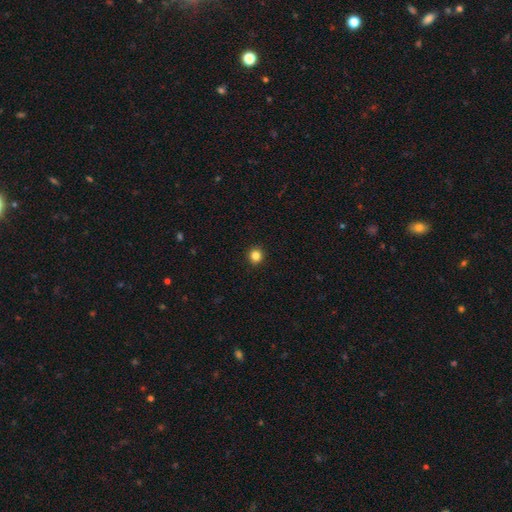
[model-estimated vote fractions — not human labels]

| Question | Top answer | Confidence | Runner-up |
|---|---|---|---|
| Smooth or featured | smooth | 84% | star or artifact (12%) |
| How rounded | round | 92% | in between (7%) |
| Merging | none | 93% | minor disturbance (4%) |